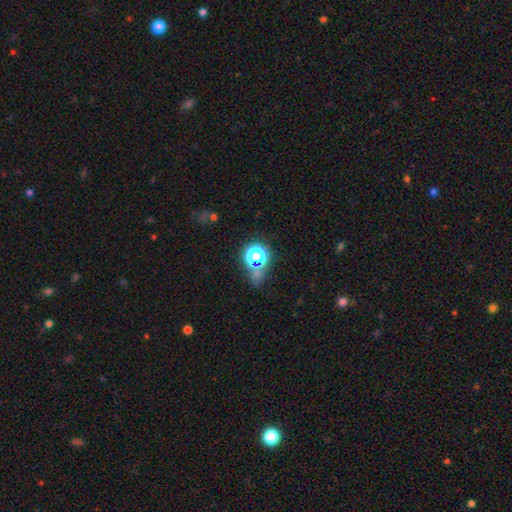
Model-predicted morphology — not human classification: This appears to be a star or artifact, not a galaxy (46%).